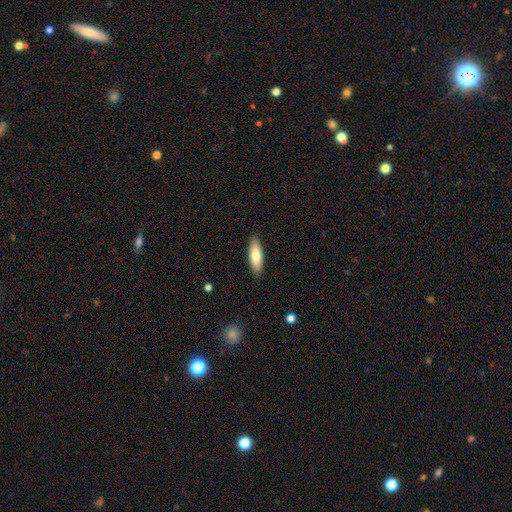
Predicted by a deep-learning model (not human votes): Smooth or featured?
  - smooth: 74% *
  - featured or disk: 21%
  - star or artifact: 6%
How rounded?
  - in between: 51% *
  - cigar-shaped: 47%
  - round: 2%
Merging?
  - none: 89% *
  - minor disturbance: 8%
  - major disturbance: 2%
  - merger: 1%